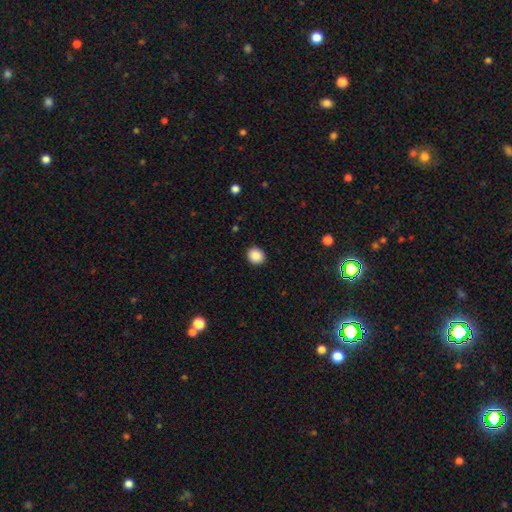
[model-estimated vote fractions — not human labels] This is clearly a smooth galaxy (89%). How rounded: likely round (75%). Merging: clearly none (91%).